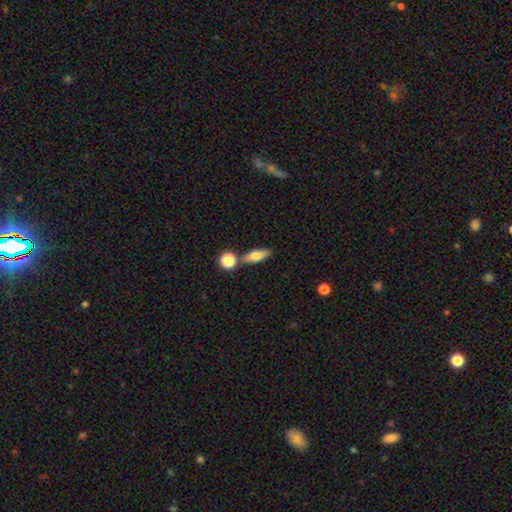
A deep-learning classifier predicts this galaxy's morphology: type=smooth (69%); roundness=in between (63%); merging=none (72%).